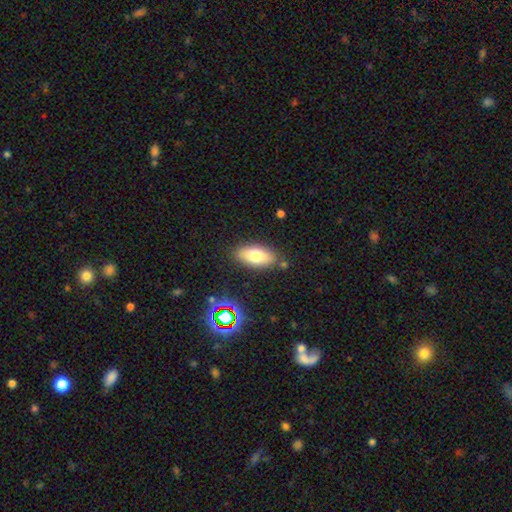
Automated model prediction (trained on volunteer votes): Smooth or featured? Predicted: smooth (p=0.74). How rounded? Predicted: in between (p=0.87). Merging? Predicted: none (p=0.83).